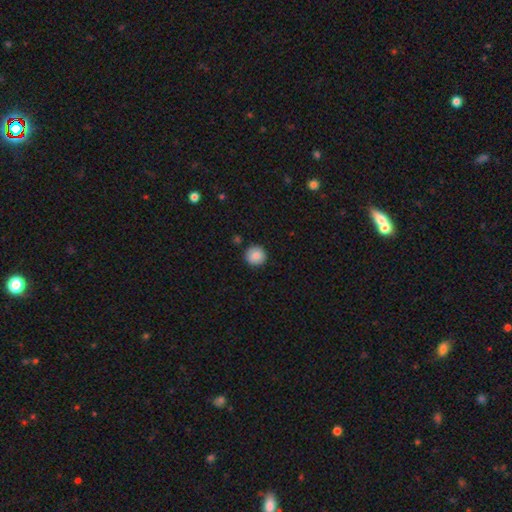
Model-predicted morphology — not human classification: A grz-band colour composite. It shows a smooth galaxy with no disk features (87%) that is round (94%). Merging: none (90%).